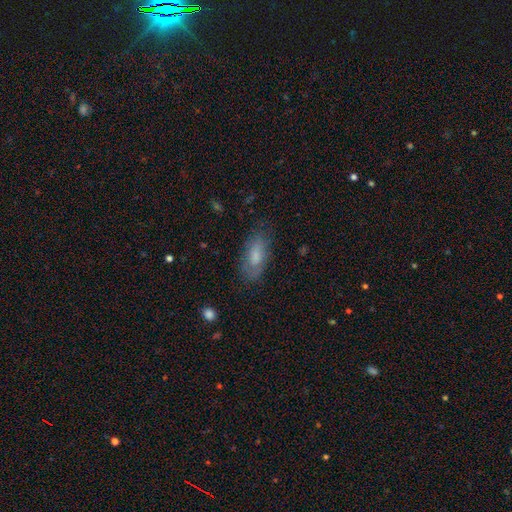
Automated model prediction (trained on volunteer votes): Smooth or featured?
  - smooth: 66% *
  - featured or disk: 26%
  - star or artifact: 8%
How rounded?
  - in between: 83% *
  - cigar-shaped: 15%
  - round: 3%
Merging?
  - none: 73% *
  - minor disturbance: 20%
  - major disturbance: 6%
  - merger: 1%